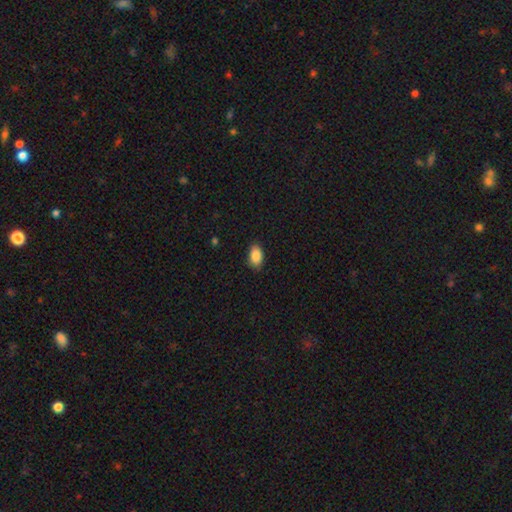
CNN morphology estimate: A smooth galaxy with no disk features (87%) that is in between round and cigar-shaped (91%).

Vote fractions:
- Smooth or featured? smooth: 87% / star or artifact: 7% / featured or disk: 5%
- How rounded? in between: 91% / round: 7% / cigar-shaped: 2%
- Merging? none: 86% / minor disturbance: 10% / major disturbance: 2% / merger: 1%